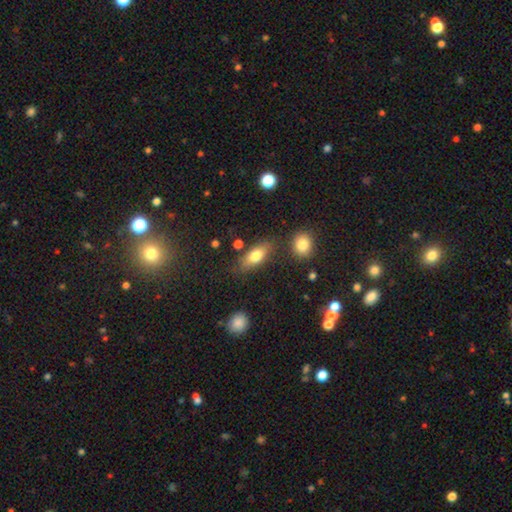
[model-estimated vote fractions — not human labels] Q: Smooth or featured?
A: smooth (75%); runner-up: featured or disk (17%)
Q: How rounded?
A: in between (77%); runner-up: cigar-shaped (18%)
Q: Merging?
A: none (75%); runner-up: minor disturbance (15%)